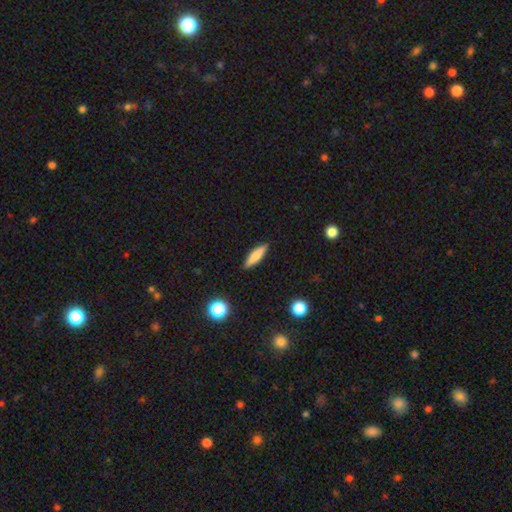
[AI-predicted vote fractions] This appears to be a smooth galaxy with no disk features (74%) that is cigar-shaped (73%). Merging: none (89%).